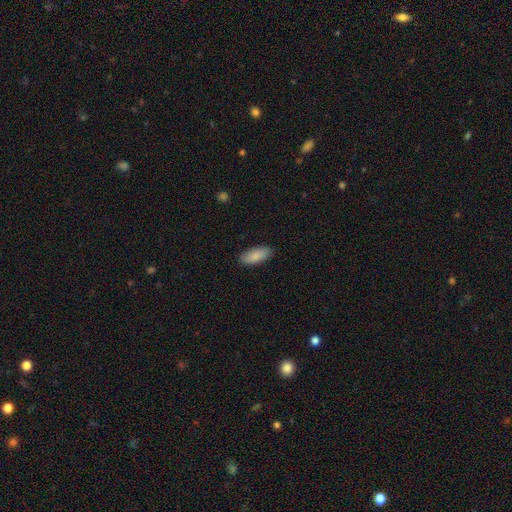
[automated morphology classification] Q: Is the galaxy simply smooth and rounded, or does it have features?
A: smooth — 87%.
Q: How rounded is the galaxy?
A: in between — 84%.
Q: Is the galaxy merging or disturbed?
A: none — 88%.